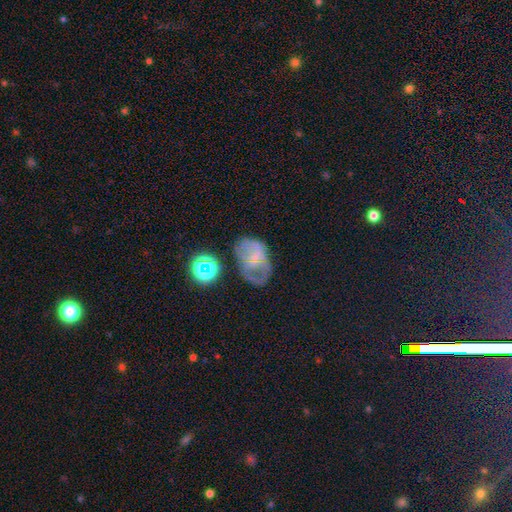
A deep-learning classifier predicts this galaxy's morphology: This appears to be a featured or disk galaxy (47%). Merging: none (41%).